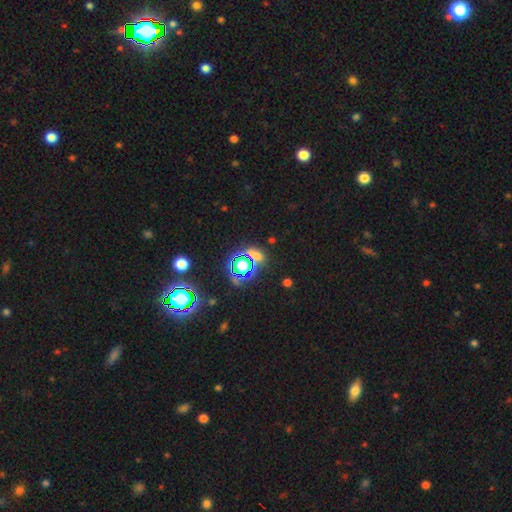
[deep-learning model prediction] smooth_or_featured: star or artifact (p=0.54) [alt: smooth p=0.36]